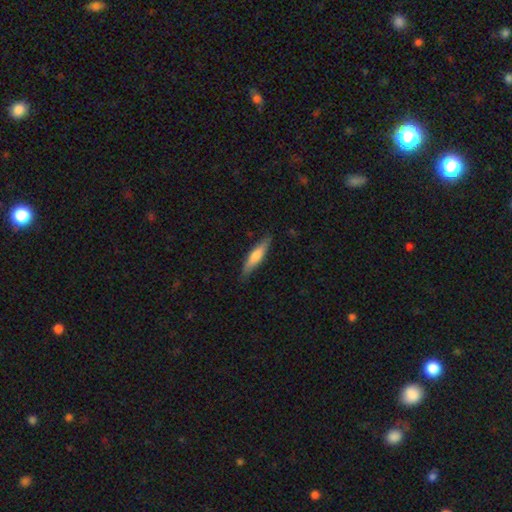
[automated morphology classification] A smooth galaxy with no disk features (65%) that is cigar-shaped (80%).

Vote fractions:
- Smooth or featured? smooth: 65% / featured or disk: 30% / star or artifact: 5%
- How rounded? cigar-shaped: 80% / in between: 18% / round: 1%
- Merging? none: 84% / minor disturbance: 12% / major disturbance: 2% / merger: 1%